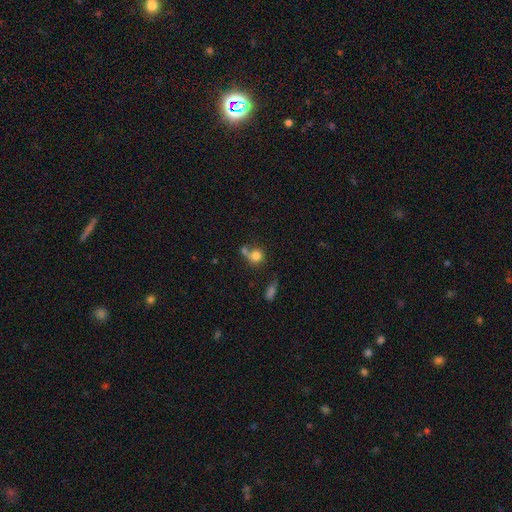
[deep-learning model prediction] The model was most divided on "merging": none: 42%, merger: 39%, minor disturbance: 12%, major disturbance: 7%. More confident: how rounded — round (83%); smooth or featured — smooth (78%).